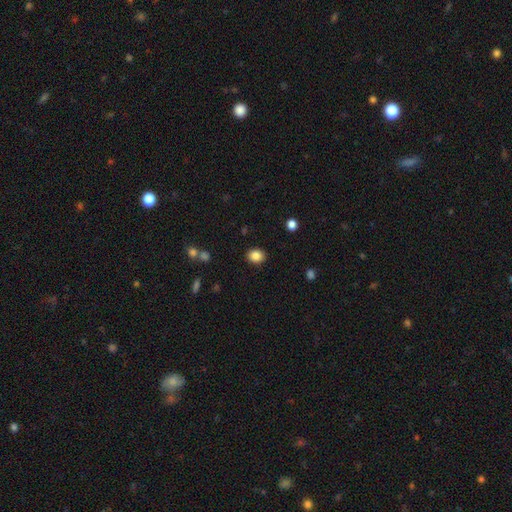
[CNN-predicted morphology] Smooth or featured?
  - smooth: 86% *
  - star or artifact: 9%
  - featured or disk: 5%
How rounded?
  - round: 52% *
  - in between: 47%
  - cigar-shaped: 1%
Merging?
  - none: 88% *
  - minor disturbance: 8%
  - major disturbance: 2%
  - merger: 2%